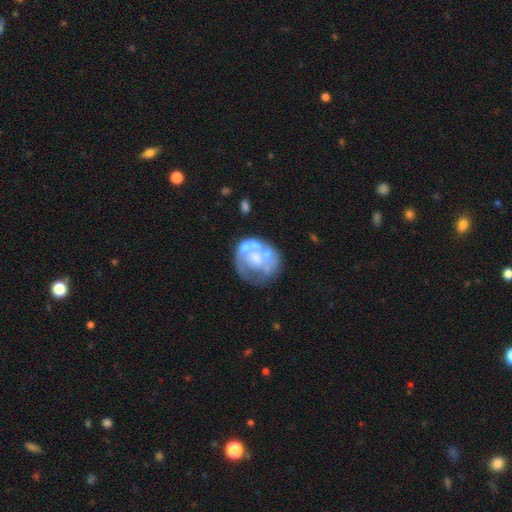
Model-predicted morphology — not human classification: A featured or disk galaxy (67%) with no bar (89%), no spiral arms (82%) and no central bulge (39%). Merging: none (44%).